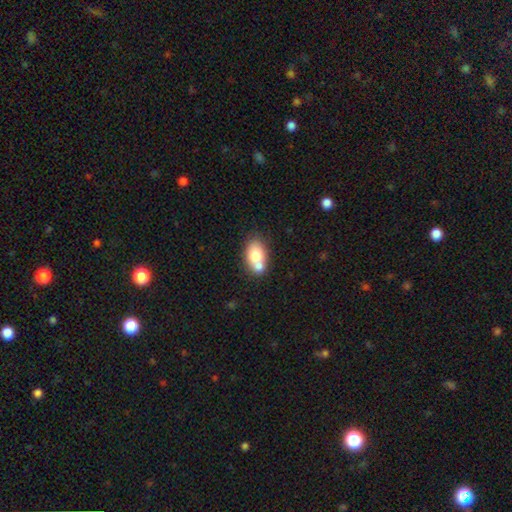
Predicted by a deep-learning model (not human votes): Smooth or featured?
  - smooth: 71% *
  - featured or disk: 21%
  - star or artifact: 8%
How rounded?
  - in between: 79% *
  - round: 20%
  - cigar-shaped: 2%
Merging?
  - merger: 47% *
  - none: 39%
  - minor disturbance: 11%
  - major disturbance: 4%